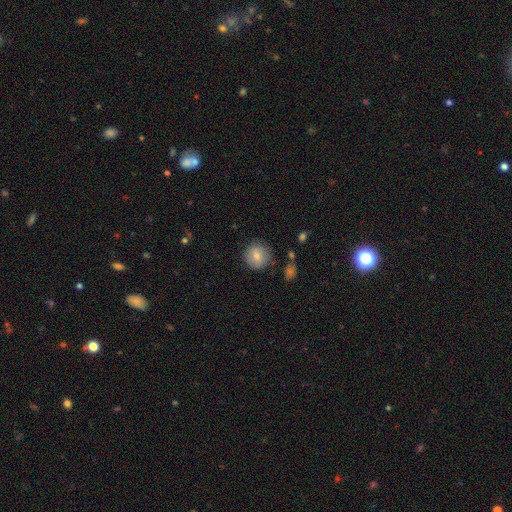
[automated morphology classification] This is likely a smooth galaxy (76%). How rounded: clearly round (92%). Merging: clearly none (82%).